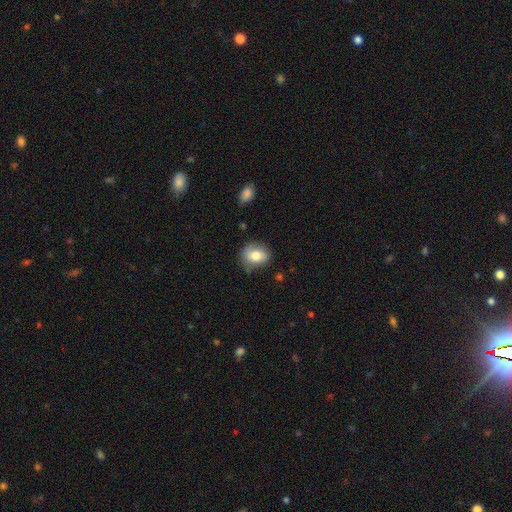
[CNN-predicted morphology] This appears to be a smooth galaxy with no disk features (76%) that is in between round and cigar-shaped (51%). Merging: none (71%).